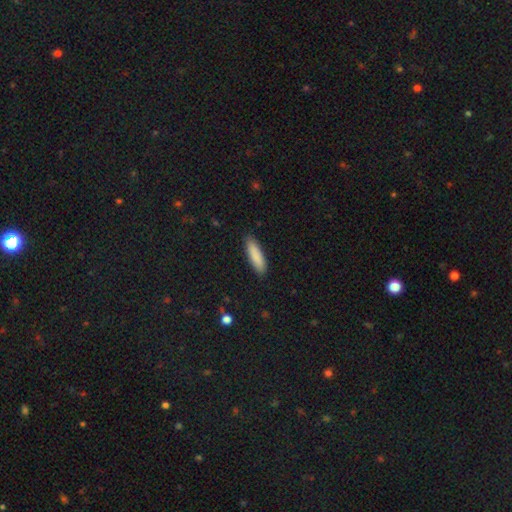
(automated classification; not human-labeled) The model was most divided on "how rounded": cigar-shaped: 61%, in between: 37%, round: 1%. More confident: merging — none (88%); smooth or featured — smooth (87%).